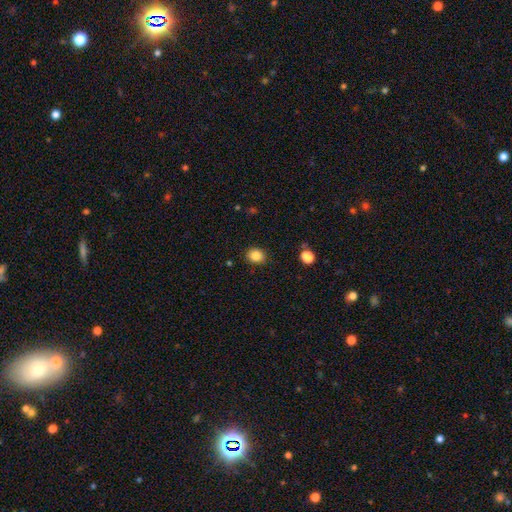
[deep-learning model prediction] smooth_or_featured: smooth (p=0.84) [alt: star or artifact p=0.11]
how_rounded: round (p=0.64) [alt: in between p=0.35]
merging: none (p=0.87) [alt: minor disturbance p=0.09]